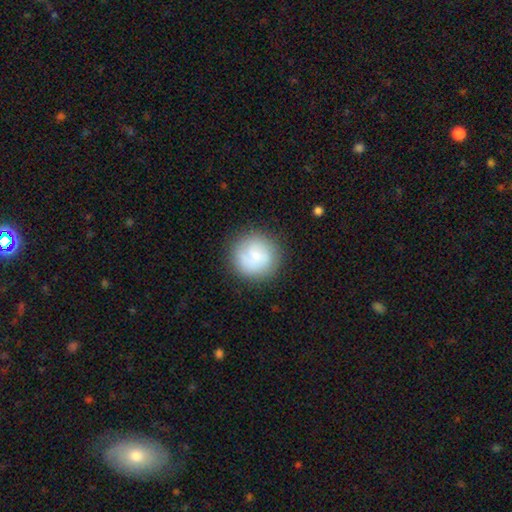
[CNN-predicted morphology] smooth-or-featured: smooth: 67% | featured or disk: 25% | star or artifact: 8%
  how-rounded: round: 94% | in between: 5% | cigar-shaped: 1%
  merging: none: 80% | minor disturbance: 12% | major disturbance: 5% | merger: 3%